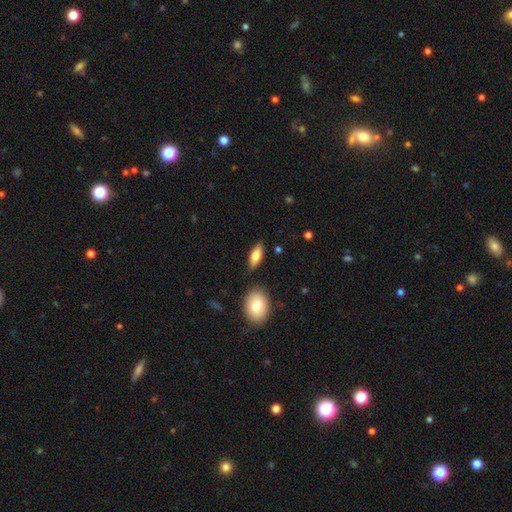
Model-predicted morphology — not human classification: Overall: smooth (76%). How rounded: in between (78%). Merging: none (82%).